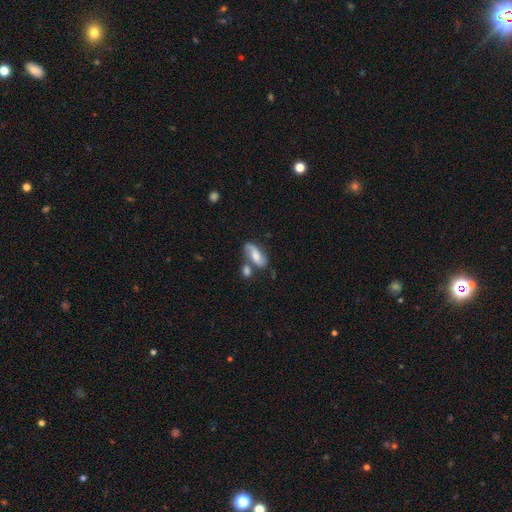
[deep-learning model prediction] This appears to be a featured or disk galaxy (53%). Merging: none (47%).